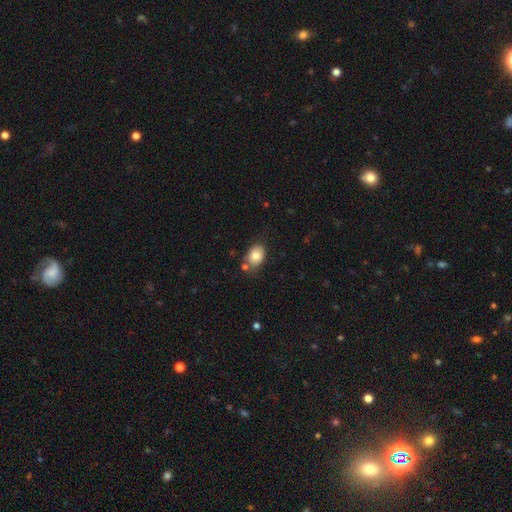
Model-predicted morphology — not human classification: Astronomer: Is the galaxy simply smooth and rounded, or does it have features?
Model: smooth — 82%.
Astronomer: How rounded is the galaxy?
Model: in between — 73%.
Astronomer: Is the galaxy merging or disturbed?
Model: none — 68%.